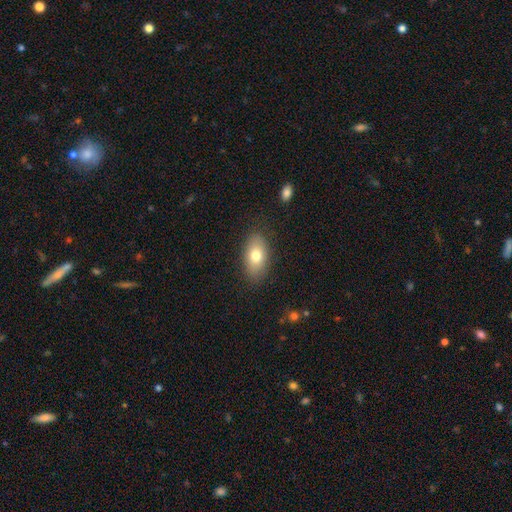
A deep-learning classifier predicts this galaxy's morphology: This is likely a smooth galaxy (76%). How rounded: clearly in between (90%). Merging: clearly none (85%).